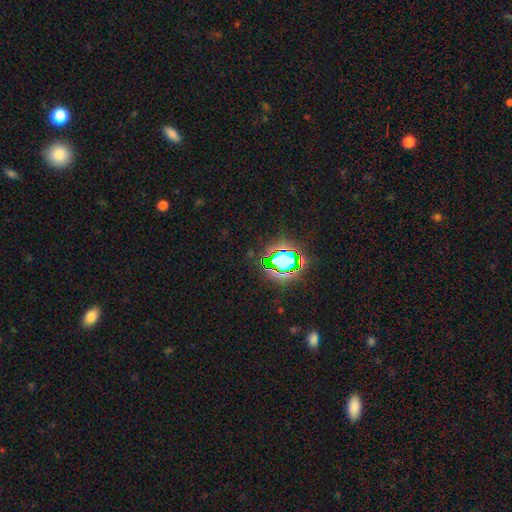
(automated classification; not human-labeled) The model was most divided on "smooth or featured": star or artifact: 78%, smooth: 13%, featured or disk: 9%.